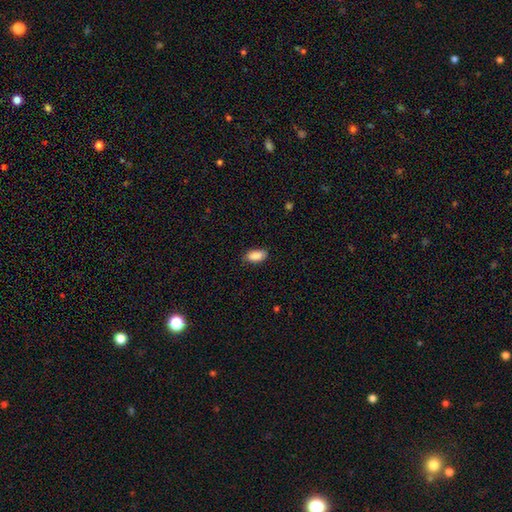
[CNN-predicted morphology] Smooth or featured?
  - smooth: 89% *
  - star or artifact: 7%
  - featured or disk: 4%
How rounded?
  - in between: 91% *
  - cigar-shaped: 6%
  - round: 3%
Merging?
  - none: 82% *
  - minor disturbance: 14%
  - major disturbance: 3%
  - merger: 1%